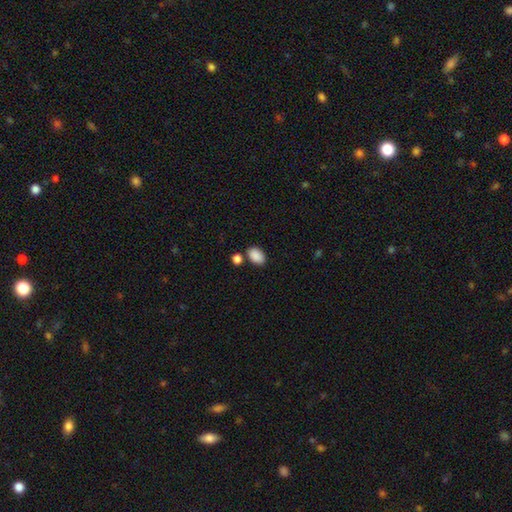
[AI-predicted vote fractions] Morphology: type=smooth (89%); roundness=in between (89%); merging=none (77%).